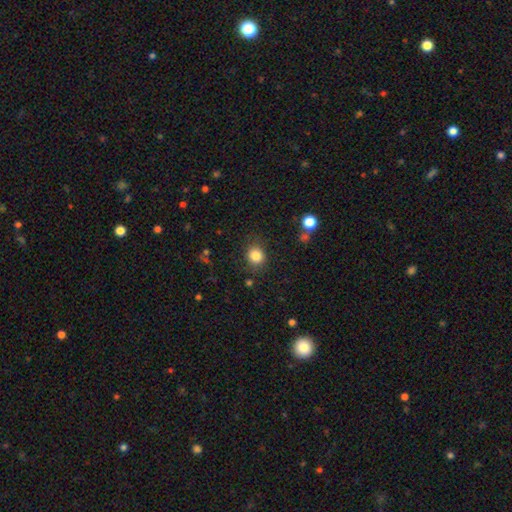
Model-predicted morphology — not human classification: smooth-or-featured: smooth: 84% | star or artifact: 11% | featured or disk: 5%
  how-rounded: round: 79% | in between: 20% | cigar-shaped: 1%
  merging: none: 82% | minor disturbance: 12% | major disturbance: 4% | merger: 2%